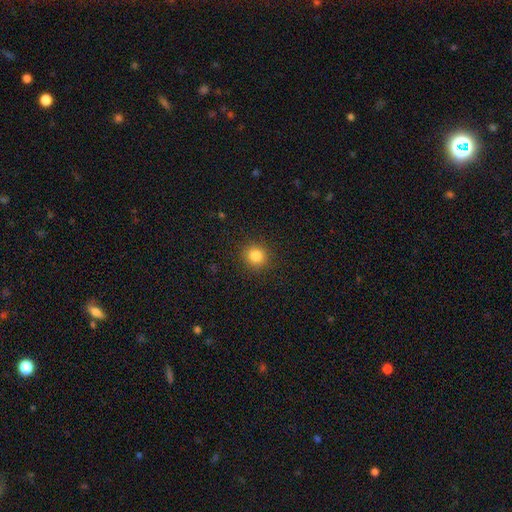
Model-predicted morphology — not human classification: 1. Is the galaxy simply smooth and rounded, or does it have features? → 84% smooth, 12% star or artifact, 5% featured or disk.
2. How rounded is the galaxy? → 88% round, 11% in between, 1% cigar-shaped.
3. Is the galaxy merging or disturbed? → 90% none, 6% minor disturbance, 2% major disturbance, 1% merger.